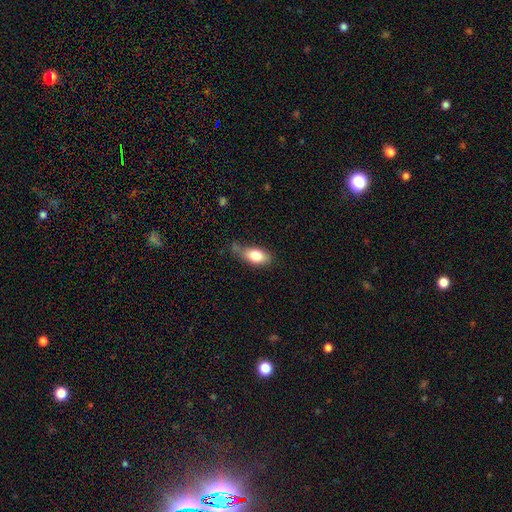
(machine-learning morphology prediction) smooth_or_featured: smooth (p=0.79) [alt: featured or disk p=0.14]
how_rounded: in between (p=0.87) [alt: round p=0.07]
merging: none (p=0.49) [alt: minor disturbance p=0.33]